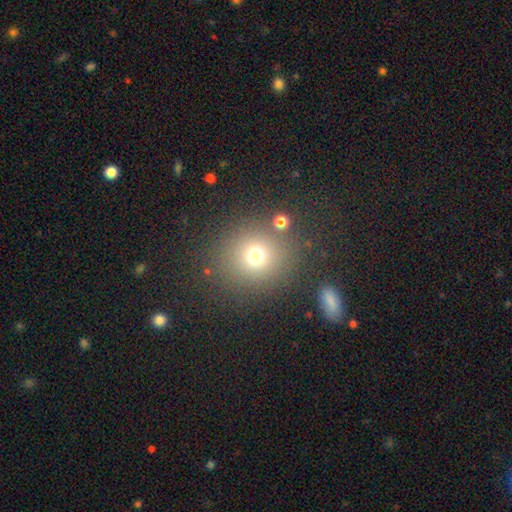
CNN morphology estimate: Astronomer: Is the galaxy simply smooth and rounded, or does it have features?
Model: smooth — 71%.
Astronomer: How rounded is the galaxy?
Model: round — 89%.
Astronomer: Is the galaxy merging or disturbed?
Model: none — 82%.